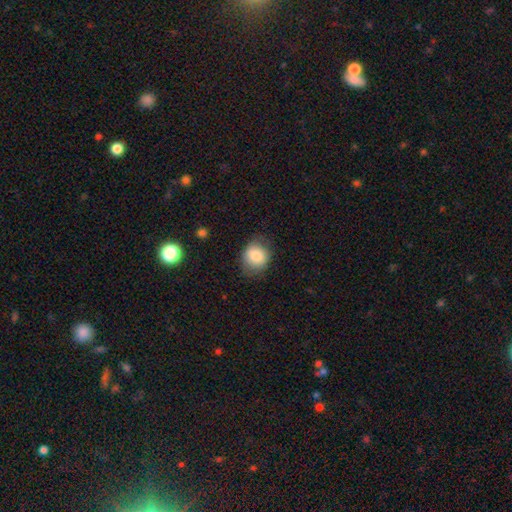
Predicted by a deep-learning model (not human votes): smooth-or-featured: smooth: 82% | featured or disk: 9% | star or artifact: 8%
  how-rounded: round: 67% | in between: 32% | cigar-shaped: 1%
  merging: none: 73% | minor disturbance: 20% | major disturbance: 6% | merger: 1%